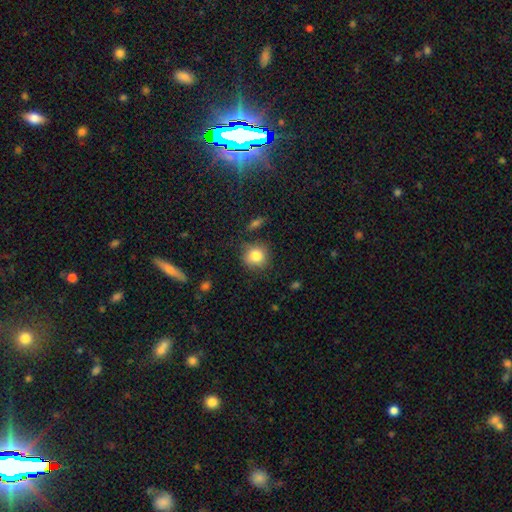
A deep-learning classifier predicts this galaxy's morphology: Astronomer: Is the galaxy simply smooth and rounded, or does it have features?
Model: smooth — 82%.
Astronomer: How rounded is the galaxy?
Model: round — 86%.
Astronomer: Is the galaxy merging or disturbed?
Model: none — 81%.